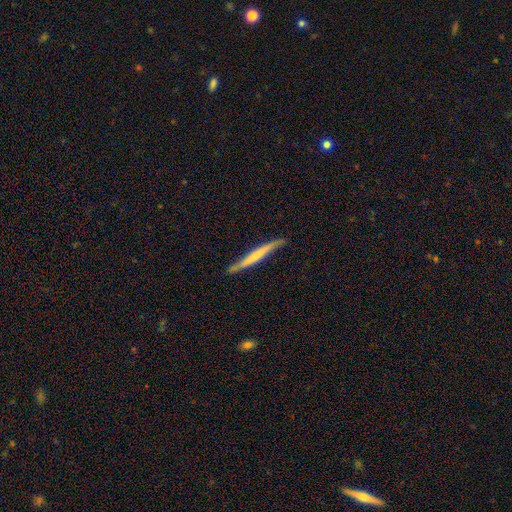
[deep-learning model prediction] Smooth or featured? featured or disk (52%)
Edge-on disk? yes (92%)
Merging? none (81%)